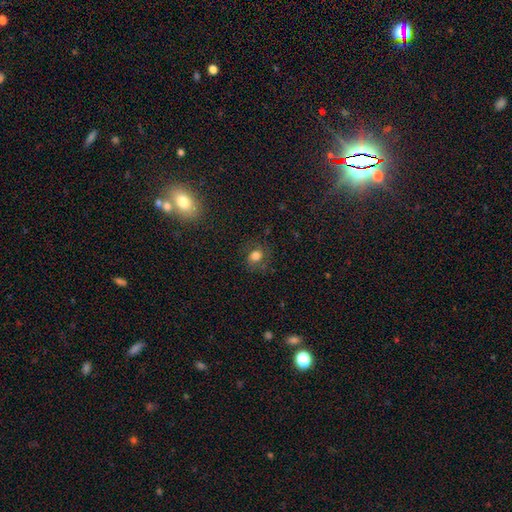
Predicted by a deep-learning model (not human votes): Smooth or featured?
  - smooth: 70% *
  - featured or disk: 15%
  - star or artifact: 15%
How rounded?
  - round: 64% *
  - in between: 34%
  - cigar-shaped: 1%
Merging?
  - none: 73% *
  - minor disturbance: 17%
  - major disturbance: 9%
  - merger: 2%